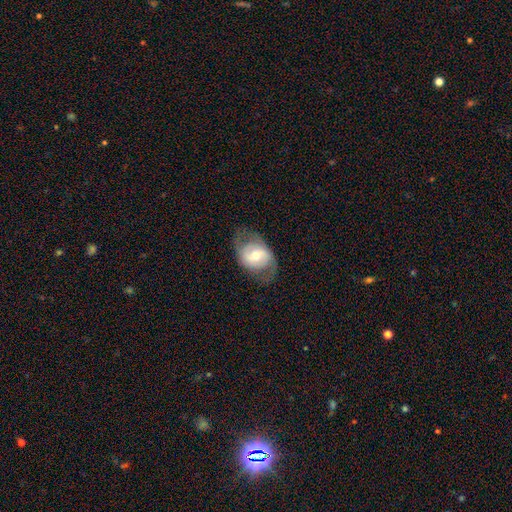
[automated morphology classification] This appears to be a featured or disk galaxy (57%) with no bar (42%), spiral arms (62%) and a moderate central bulge (63%). Merging: none (66%).